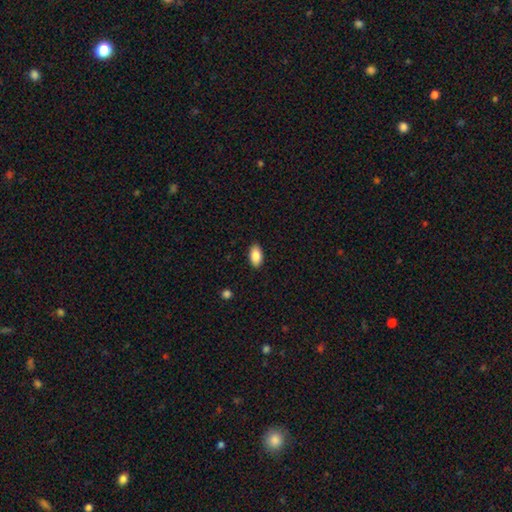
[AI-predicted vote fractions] smooth_or_featured: smooth (p=0.88) [alt: star or artifact p=0.07]
how_rounded: in between (p=0.94) [alt: round p=0.03]
merging: none (p=0.88) [alt: minor disturbance p=0.09]